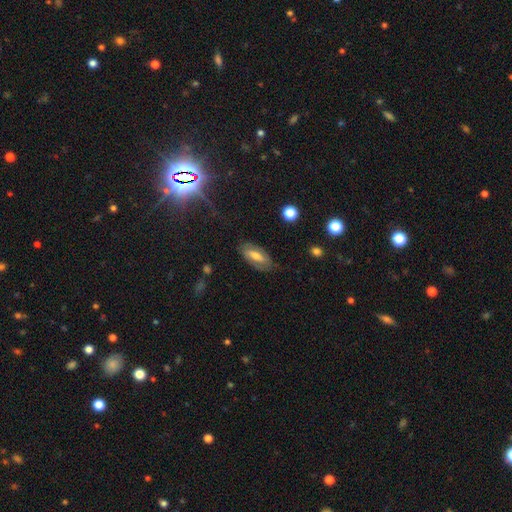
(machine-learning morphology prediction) Smooth or featured: smooth — 50% (featured or disk — 43%)
Merging: none — 79% (minor disturbance — 15%)